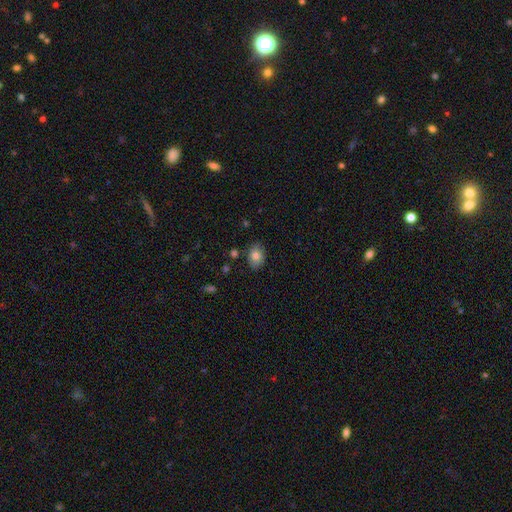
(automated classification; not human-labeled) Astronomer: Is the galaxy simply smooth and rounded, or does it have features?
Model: smooth — 81%.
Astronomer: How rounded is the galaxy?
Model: in between — 73%.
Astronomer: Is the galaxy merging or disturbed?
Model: none — 83%.